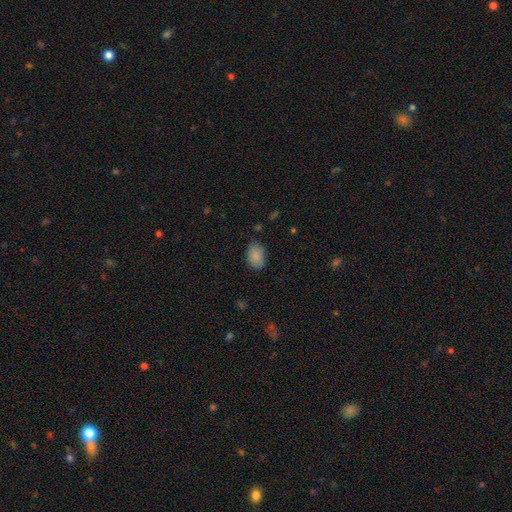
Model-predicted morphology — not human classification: The model was most divided on "merging": none: 78%, minor disturbance: 17%, major disturbance: 3%, merger: 1%. More confident: smooth or featured — smooth (87%); how rounded — in between (86%).